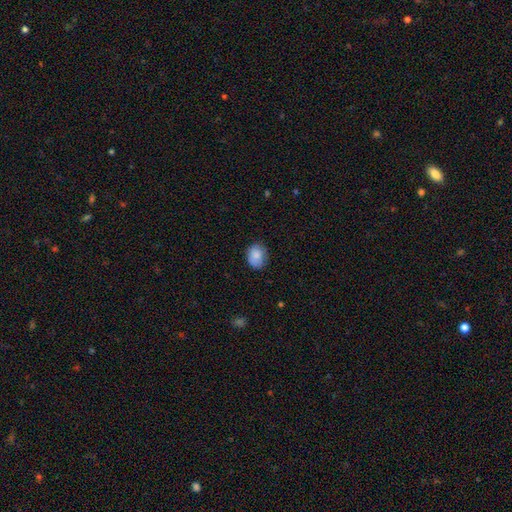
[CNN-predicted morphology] Smooth or featured?
  - smooth: 85% *
  - star or artifact: 8%
  - featured or disk: 8%
How rounded?
  - in between: 55% *
  - round: 44%
  - cigar-shaped: 1%
Merging?
  - none: 75% *
  - minor disturbance: 21%
  - major disturbance: 4%
  - merger: 1%